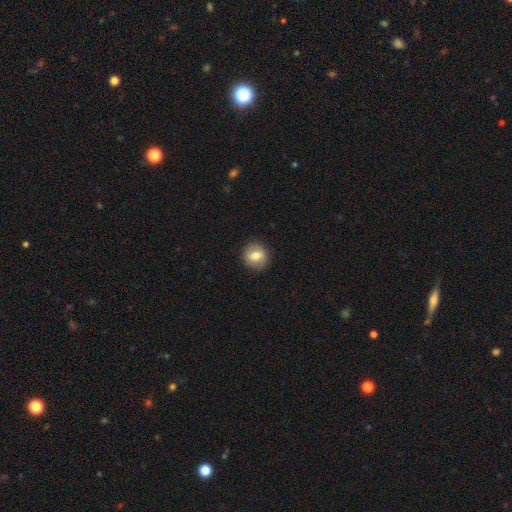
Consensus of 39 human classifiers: smooth-or-featured: smooth: 56% | featured or disk: 38% | star or artifact: 5%
  how-rounded: round: 91% | in between: 9% | cigar-shaped: 0%
  merging: none: 95% | minor disturbance: 5% | major disturbance: 0% | merger: 0%